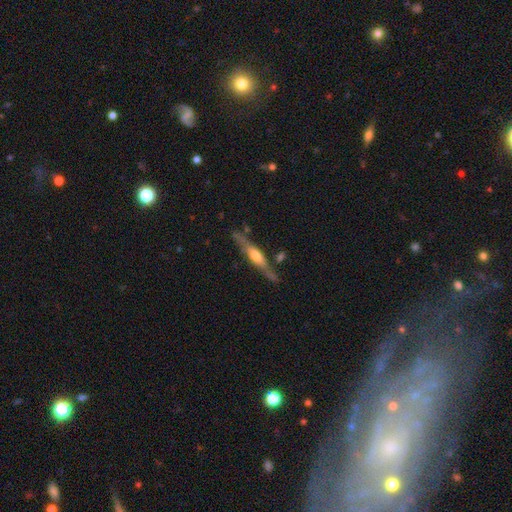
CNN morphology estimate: Q: Smooth or featured?
A: featured or disk (68%); runner-up: smooth (26%)
Q: Edge-on disk?
A: yes (90%); runner-up: no (10%)
Q: Edge-on bulge?
A: rounded (73%); runner-up: boxy (18%)
Q: Merging?
A: none (75%); runner-up: minor disturbance (16%)